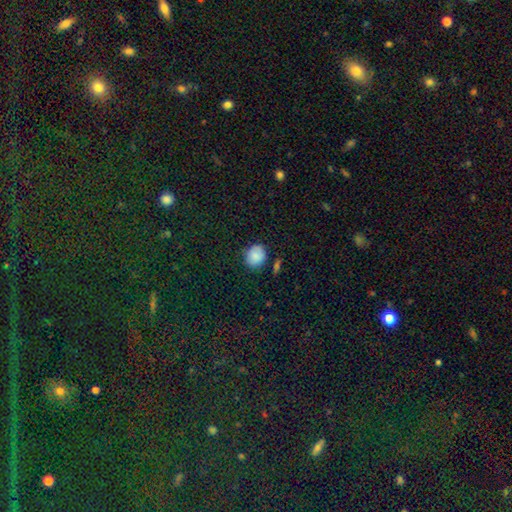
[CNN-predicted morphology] smooth-or-featured: smooth: 86% | star or artifact: 8% | featured or disk: 5%
  how-rounded: round: 70% | in between: 29% | cigar-shaped: 1%
  merging: none: 75% | minor disturbance: 17% | merger: 4% | major disturbance: 4%